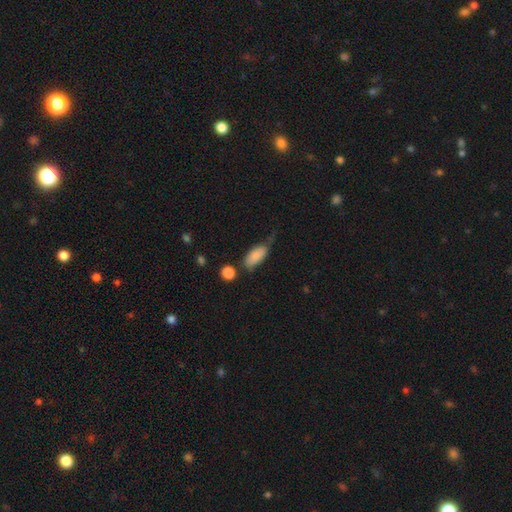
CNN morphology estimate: This appears to be a smooth galaxy with no disk features (82%) that is in between round and cigar-shaped (88%). Merging: none (43%).